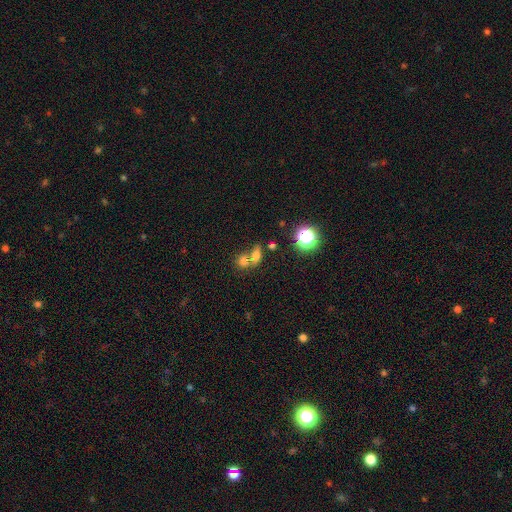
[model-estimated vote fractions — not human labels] Smooth or featured: smooth — 63% (star or artifact — 18%)
How rounded: in between — 55% (round — 39%)
Merging: merger — 59% (none — 29%)